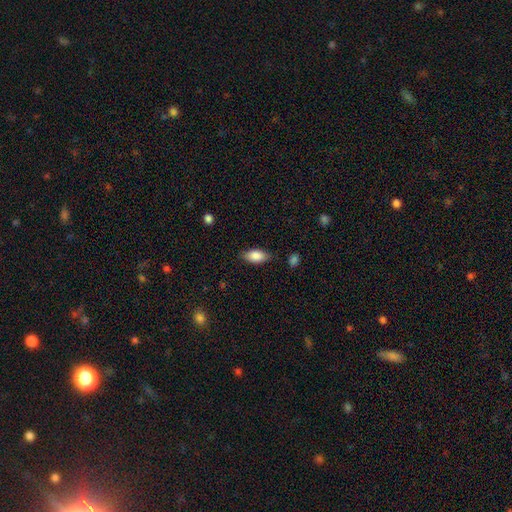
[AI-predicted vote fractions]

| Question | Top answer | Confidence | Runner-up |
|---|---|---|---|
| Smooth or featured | smooth | 85% | featured or disk (8%) |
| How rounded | in between | 90% | cigar-shaped (7%) |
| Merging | none | 82% | minor disturbance (13%) |